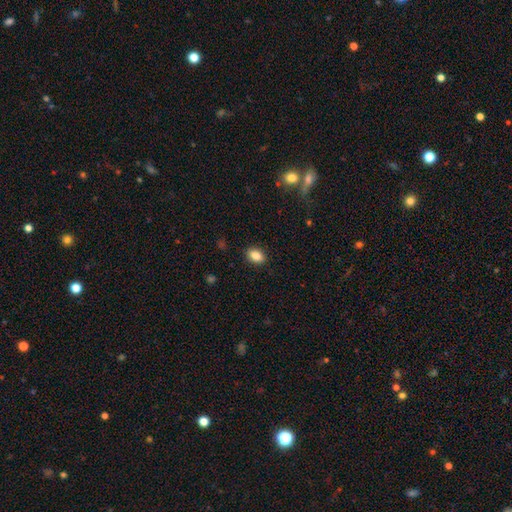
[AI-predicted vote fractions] Smooth or featured? smooth (87%)
How rounded? in between (83%)
Merging? none (89%)